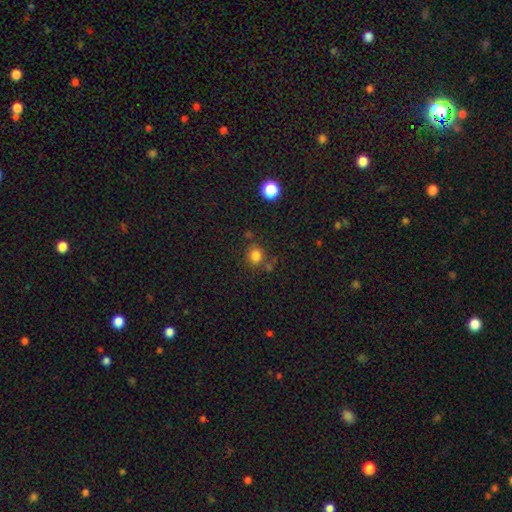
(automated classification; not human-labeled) Q: Smooth or featured?
A: smooth (81%); runner-up: star or artifact (14%)
Q: How rounded?
A: round (78%); runner-up: in between (21%)
Q: Merging?
A: none (73%); runner-up: minor disturbance (13%)